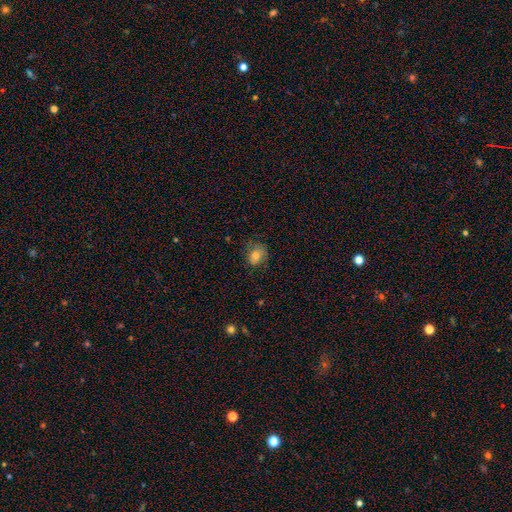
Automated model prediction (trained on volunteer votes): The model was most divided on "how rounded": round: 56%, in between: 43%, cigar-shaped: 1%. More confident: smooth or featured — smooth (77%); merging — none (71%).